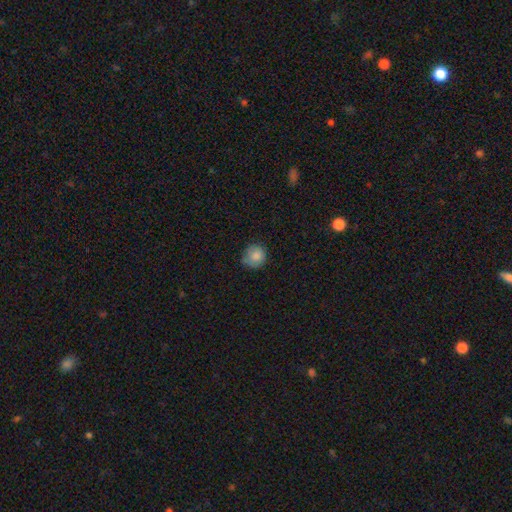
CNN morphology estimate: smooth 84%, star or artifact 9%, featured or disk 7%. Down the decision tree: how rounded — round (87%); merging — none (72%).